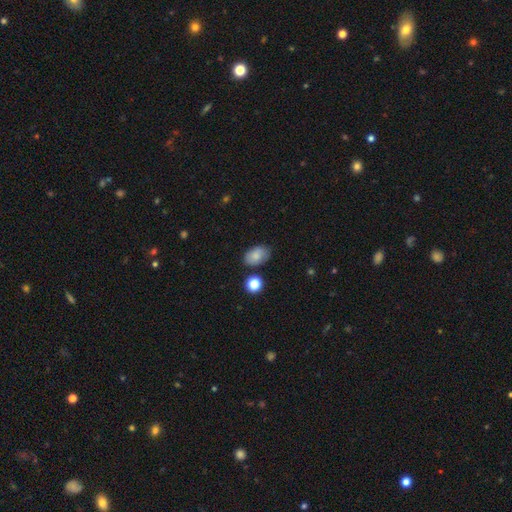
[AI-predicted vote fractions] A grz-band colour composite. It shows a smooth galaxy with no disk features (82%) that is in between round and cigar-shaped (86%). Merging: none (77%).